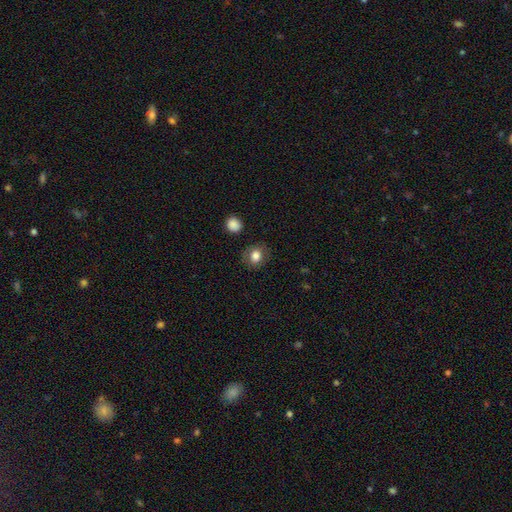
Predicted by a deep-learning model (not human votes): Q: Smooth or featured?
A: smooth (79%); runner-up: featured or disk (12%)
Q: How rounded?
A: round (63%); runner-up: in between (36%)
Q: Merging?
A: none (82%); runner-up: minor disturbance (12%)